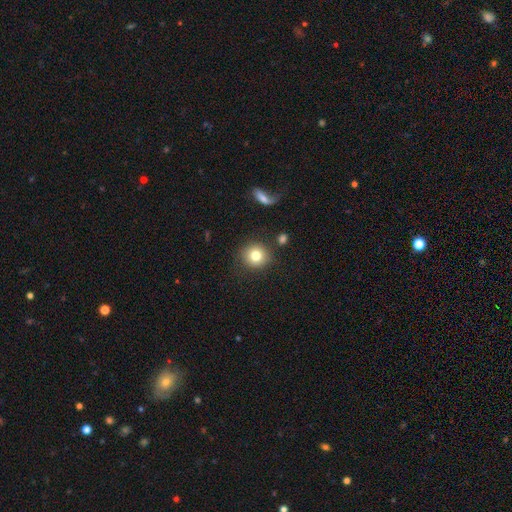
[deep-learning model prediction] smooth_or_featured: smooth (p=0.80) [alt: star or artifact p=0.10]
how_rounded: round (p=0.89) [alt: in between p=0.10]
merging: none (p=0.84) [alt: minor disturbance p=0.08]